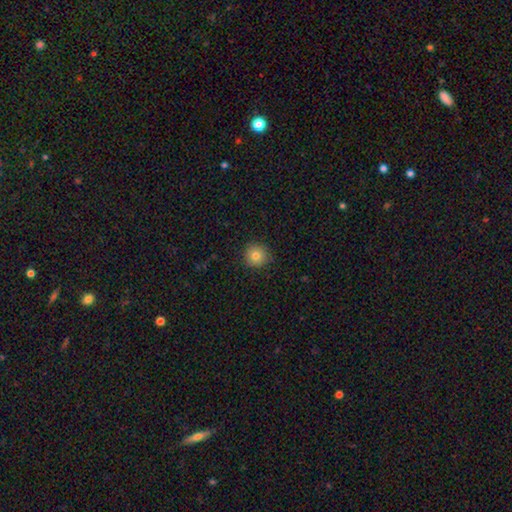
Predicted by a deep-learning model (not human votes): This appears to be a smooth galaxy with no disk features (80%) that is round (94%). Merging: none (89%).